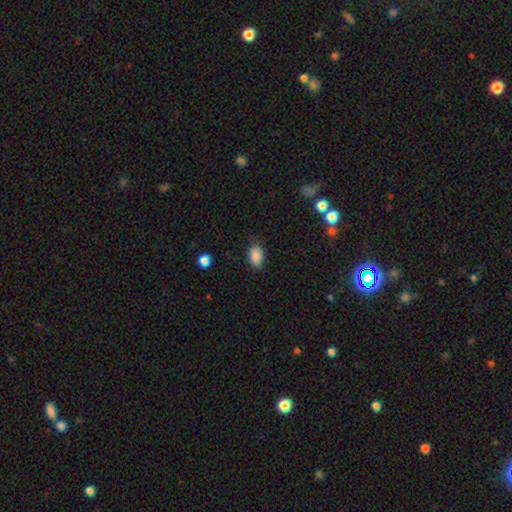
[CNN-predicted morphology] Smooth or featured? Predicted: smooth (p=0.88). How rounded? Predicted: in between (p=0.87). Merging? Predicted: none (p=0.76).